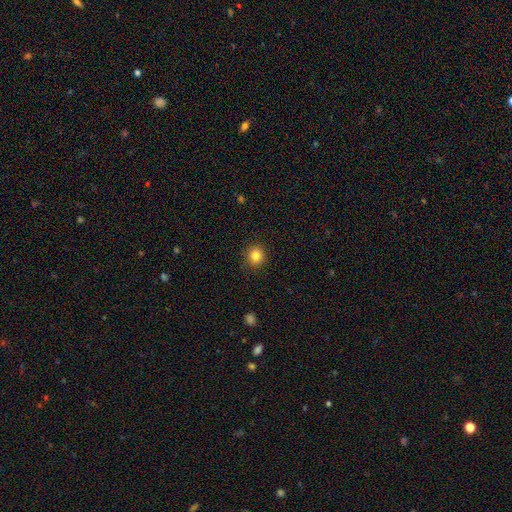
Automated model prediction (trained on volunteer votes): Q: Smooth or featured?
A: smooth (84%); runner-up: star or artifact (11%)
Q: How rounded?
A: round (89%); runner-up: in between (10%)
Q: Merging?
A: none (90%); runner-up: minor disturbance (7%)